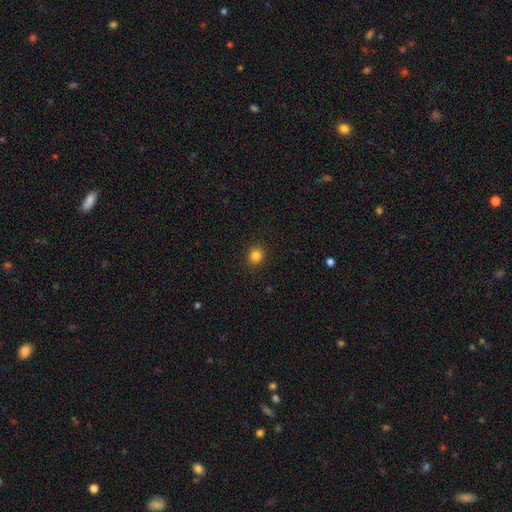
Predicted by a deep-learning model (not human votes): smooth_or_featured: smooth (p=0.84) [alt: star or artifact p=0.12]
how_rounded: round (p=0.87) [alt: in between p=0.12]
merging: none (p=0.92) [alt: minor disturbance p=0.05]